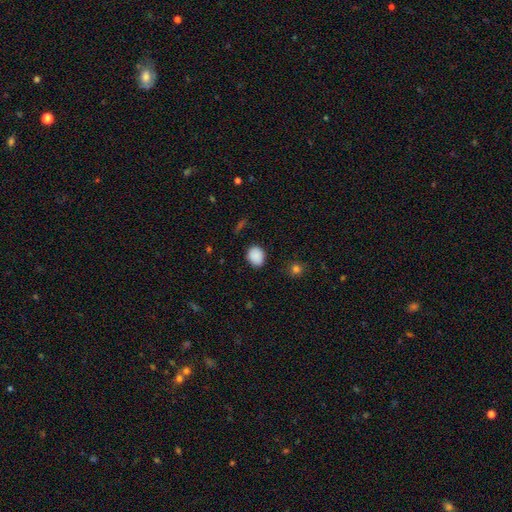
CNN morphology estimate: smooth_or_featured: smooth (p=0.88) [alt: star or artifact p=0.08]
how_rounded: round (p=0.51) [alt: in between p=0.48]
merging: none (p=0.84) [alt: minor disturbance p=0.12]